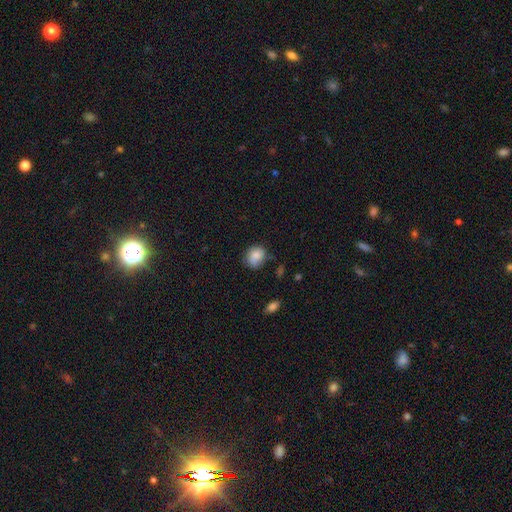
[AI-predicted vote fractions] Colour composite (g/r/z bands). It shows a smooth galaxy with no disk features (79%) that is round (64%). Merging: none (59%).